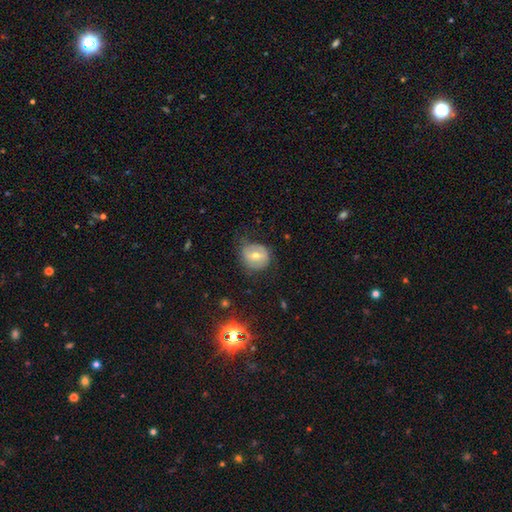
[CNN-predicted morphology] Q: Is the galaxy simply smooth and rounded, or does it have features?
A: smooth — 49%.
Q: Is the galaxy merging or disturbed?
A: none — 60%.